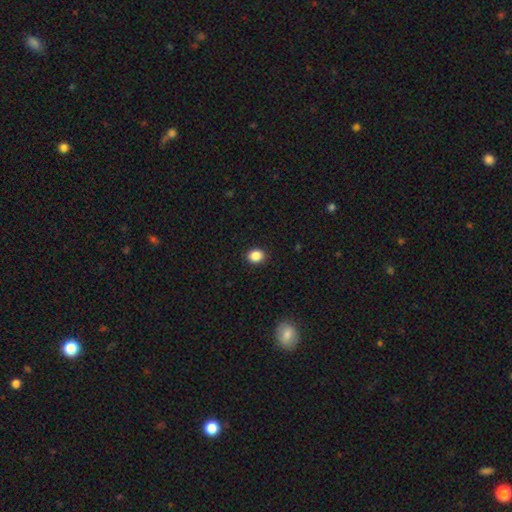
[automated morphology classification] smooth-or-featured: smooth: 88% | star or artifact: 9% | featured or disk: 3%
  how-rounded: round: 55% | in between: 44% | cigar-shaped: 1%
  merging: none: 91% | minor disturbance: 6% | major disturbance: 2% | merger: 1%